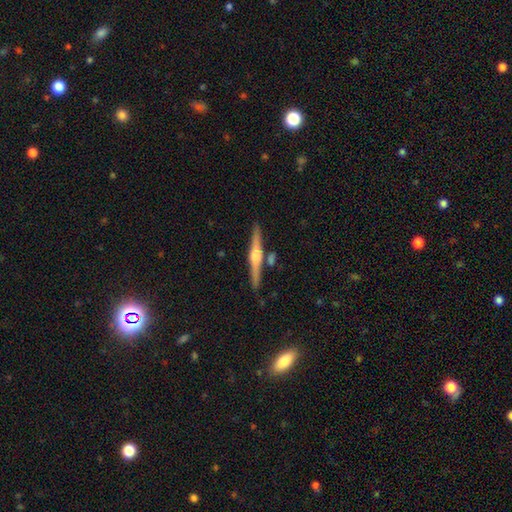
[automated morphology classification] smooth_or_featured: featured or disk (p=0.76) [alt: smooth p=0.19]
disk_edge_on: yes (p=0.98) [alt: no p=0.02]
edge_on_bulge: rounded (p=0.83) [alt: boxy p=0.12]
merging: none (p=0.83) [alt: minor disturbance p=0.09]